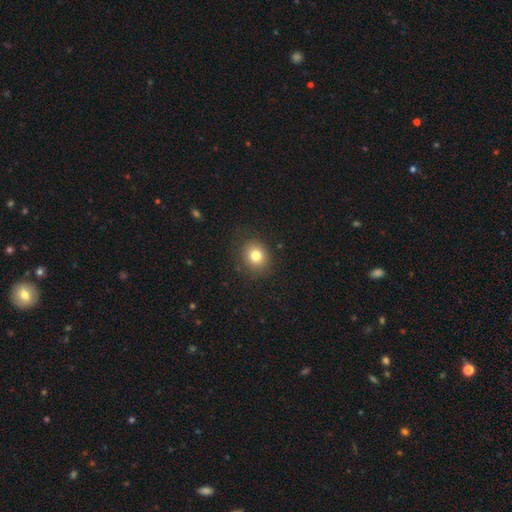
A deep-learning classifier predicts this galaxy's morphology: type=smooth (79%); roundness=round (77%); merging=none (86%).